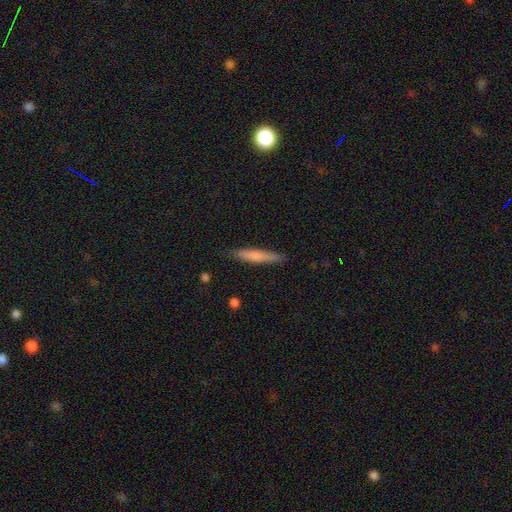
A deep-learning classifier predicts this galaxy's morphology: This is likely a smooth galaxy (71%). How rounded: clearly cigar-shaped (93%). Merging: clearly none (85%).